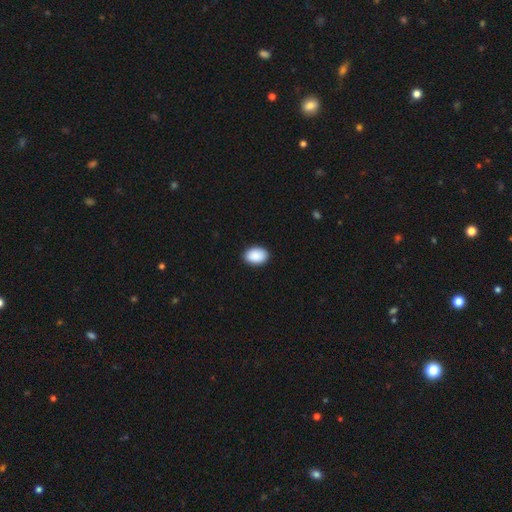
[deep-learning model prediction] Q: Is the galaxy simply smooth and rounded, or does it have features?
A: smooth — 91%.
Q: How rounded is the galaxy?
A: in between — 82%.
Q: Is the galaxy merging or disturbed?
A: none — 90%.